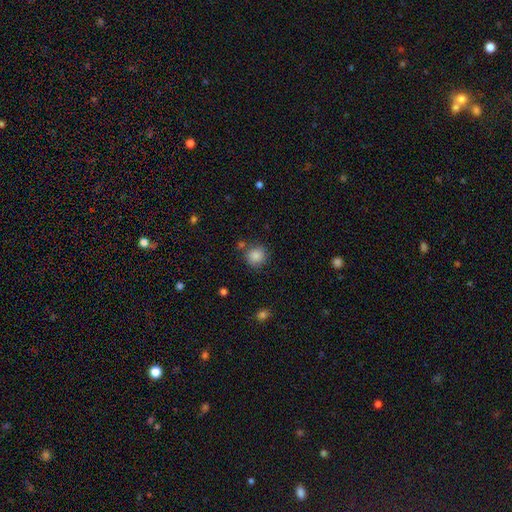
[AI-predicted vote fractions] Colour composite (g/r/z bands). It shows a smooth galaxy with no disk features (86%) that is round (90%). Merging: none (78%).